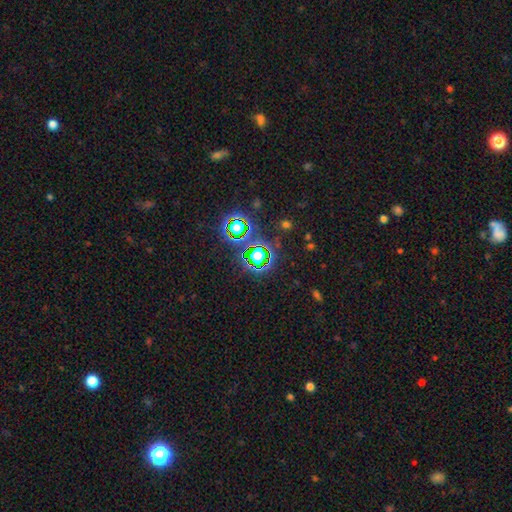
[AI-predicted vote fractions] star or artifact 70%, smooth 19%, featured or disk 11%.